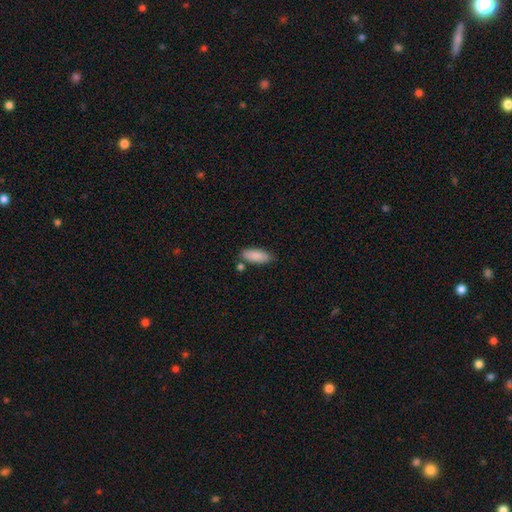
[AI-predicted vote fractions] Q: Smooth or featured?
A: smooth (88%); runner-up: star or artifact (6%)
Q: How rounded?
A: in between (78%); runner-up: cigar-shaped (20%)
Q: Merging?
A: none (78%); runner-up: minor disturbance (12%)